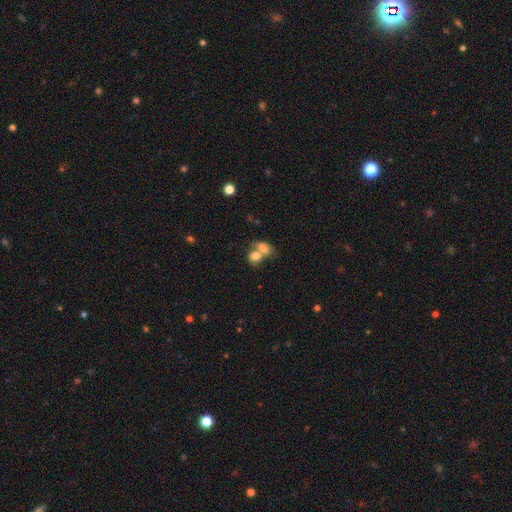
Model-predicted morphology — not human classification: type=smooth (75%); roundness=in between (63%); merging=merger (67%).